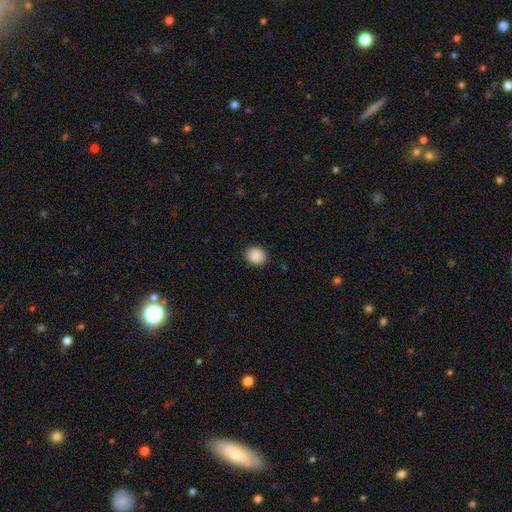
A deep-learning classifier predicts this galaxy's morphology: Smooth or featured?
  - smooth: 89% *
  - star or artifact: 8%
  - featured or disk: 3%
How rounded?
  - round: 75% *
  - in between: 24%
  - cigar-shaped: 1%
Merging?
  - none: 89% *
  - minor disturbance: 8%
  - major disturbance: 2%
  - merger: 1%